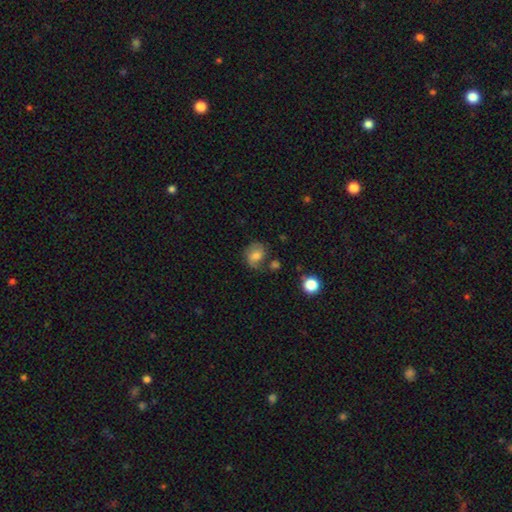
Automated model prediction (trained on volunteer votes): Morphology: type=smooth (57%); roundness=round (56%); merging=none (50%).